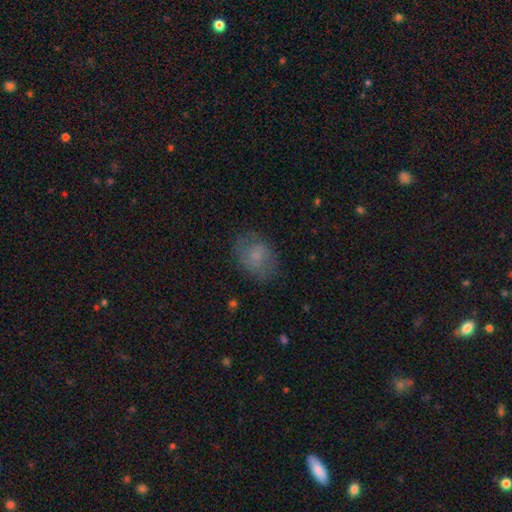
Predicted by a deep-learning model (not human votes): Q: Smooth or featured?
A: smooth (70%); runner-up: featured or disk (20%)
Q: How rounded?
A: in between (69%); runner-up: round (30%)
Q: Merging?
A: none (72%); runner-up: minor disturbance (19%)